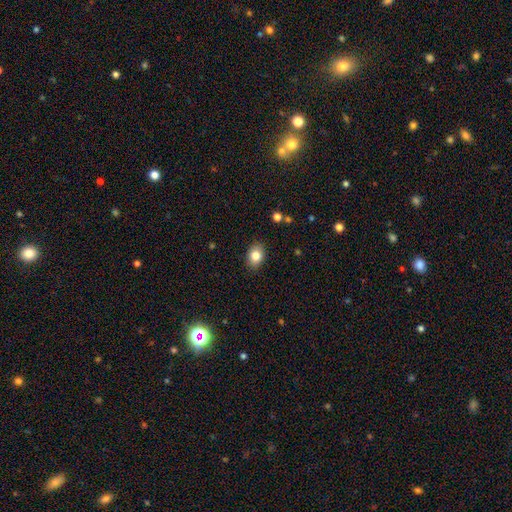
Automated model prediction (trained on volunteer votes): smooth_or_featured: smooth (p=0.82) [alt: star or artifact p=0.09]
how_rounded: in between (p=0.73) [alt: round p=0.26]
merging: none (p=0.88) [alt: minor disturbance p=0.09]